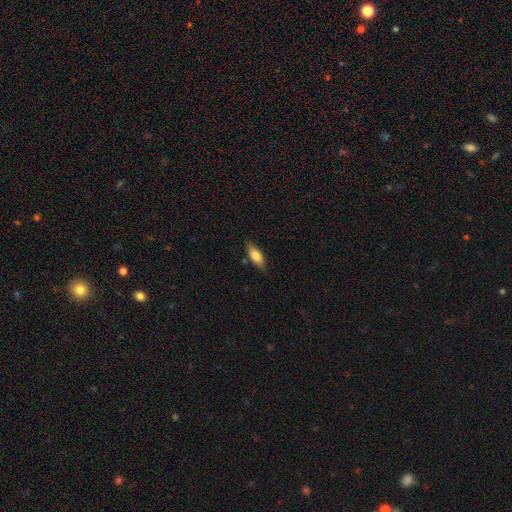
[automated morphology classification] This appears to be a smooth galaxy with no disk features (79%) that is in between round and cigar-shaped (73%). Merging: none (81%).